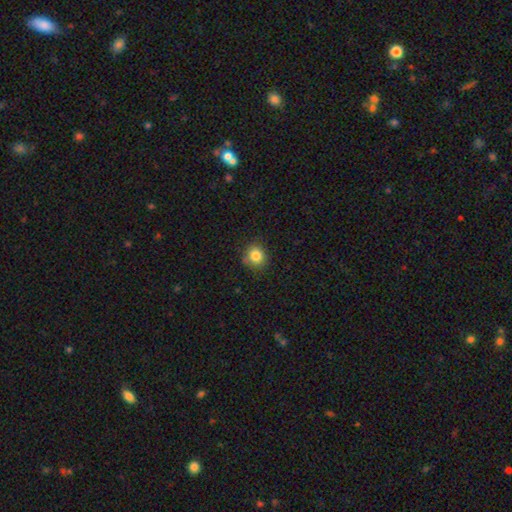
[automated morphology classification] Overall: smooth (83%). How rounded: round (83%). Merging: none (80%).